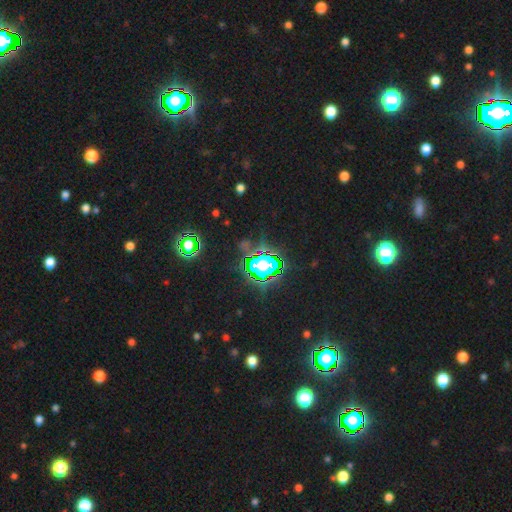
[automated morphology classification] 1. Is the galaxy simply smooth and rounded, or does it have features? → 80% star or artifact, 12% smooth, 7% featured or disk.